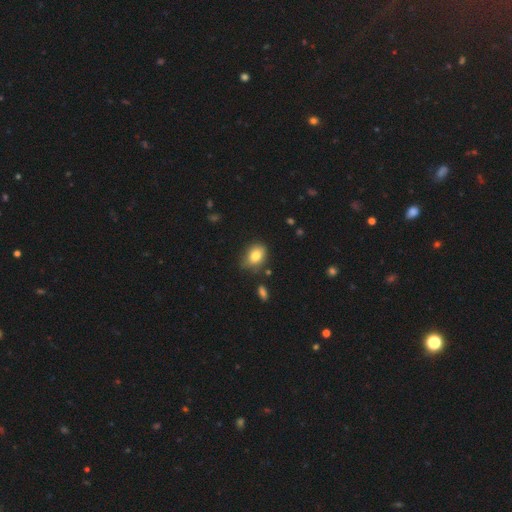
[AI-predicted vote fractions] Smooth or featured? smooth (80%)
How rounded? in between (63%)
Merging? none (68%)